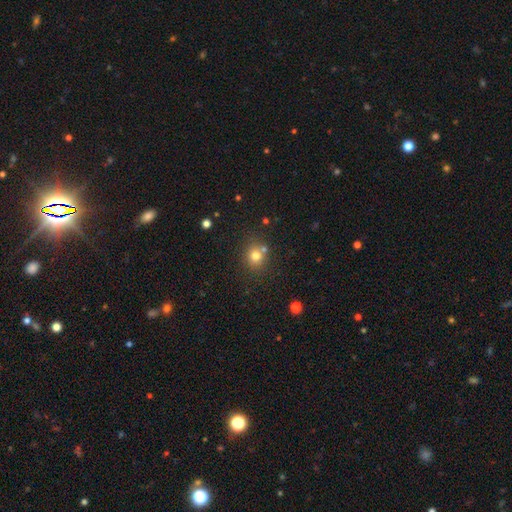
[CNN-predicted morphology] Q: Smooth or featured?
A: smooth (76%); runner-up: star or artifact (15%)
Q: How rounded?
A: round (81%); runner-up: in between (18%)
Q: Merging?
A: none (70%); runner-up: merger (17%)